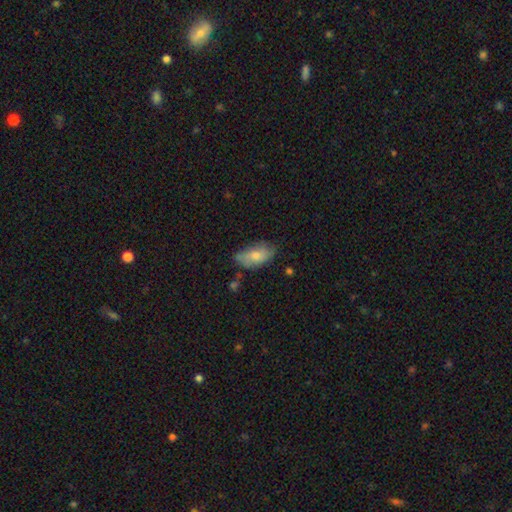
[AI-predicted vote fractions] Morphology: type=smooth (71%); roundness=in between (91%); merging=none (59%).